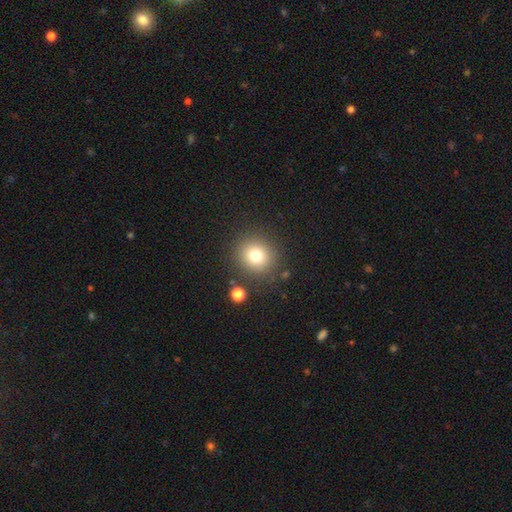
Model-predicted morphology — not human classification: Q: Smooth or featured?
A: smooth (78%); runner-up: star or artifact (13%)
Q: How rounded?
A: round (89%); runner-up: in between (10%)
Q: Merging?
A: none (85%); runner-up: minor disturbance (8%)